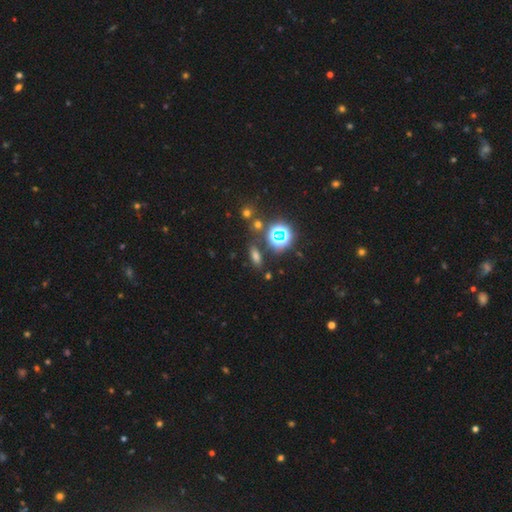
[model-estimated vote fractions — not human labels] This appears to be a smooth galaxy with no disk features (50%) that is in between round and cigar-shaped (66%). Merging: none (80%).